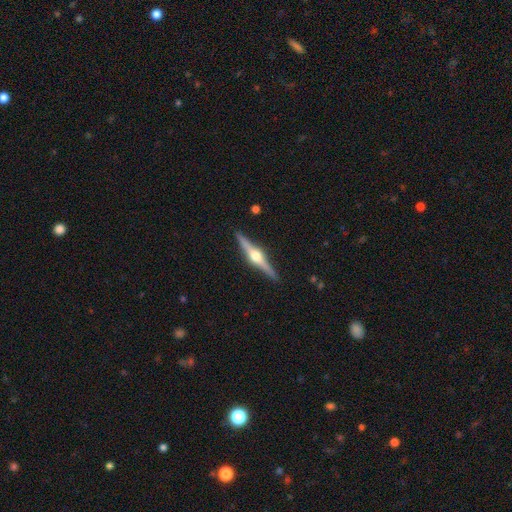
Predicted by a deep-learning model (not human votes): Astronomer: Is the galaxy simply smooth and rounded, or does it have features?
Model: featured or disk — 83%.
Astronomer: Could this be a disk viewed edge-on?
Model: yes — 98%.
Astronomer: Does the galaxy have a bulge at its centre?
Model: rounded — 96%.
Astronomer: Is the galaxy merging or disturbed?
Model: none — 91%.